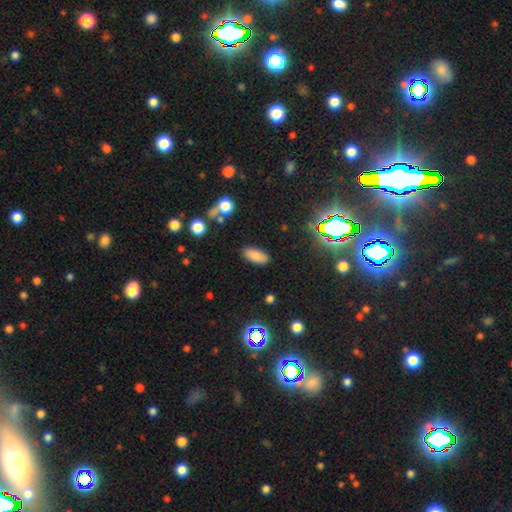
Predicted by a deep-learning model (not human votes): A smooth galaxy with no disk features (82%) that is in between round and cigar-shaped (86%). Merging: none (87%).